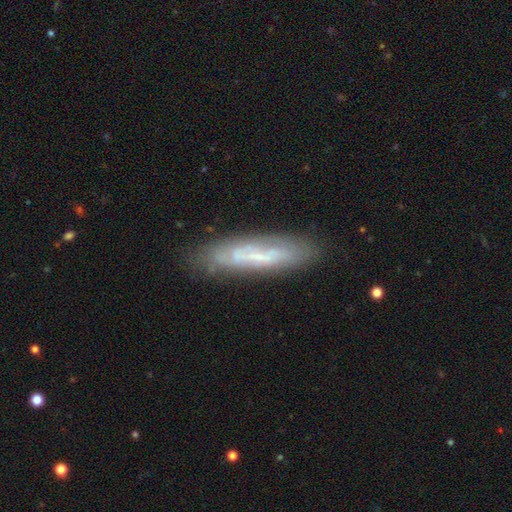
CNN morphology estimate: smooth_or_featured: featured or disk (p=0.52) [alt: smooth p=0.39]
disk_edge_on: yes (p=0.50) [tied with: no p=0.50]
merging: none (p=0.75) [alt: minor disturbance p=0.17]